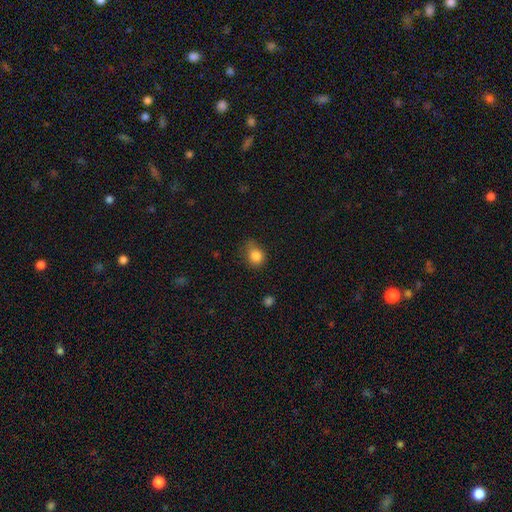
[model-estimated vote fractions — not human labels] This is clearly a smooth galaxy (84%). How rounded: likely round (71%). Merging: possibly none (56%).